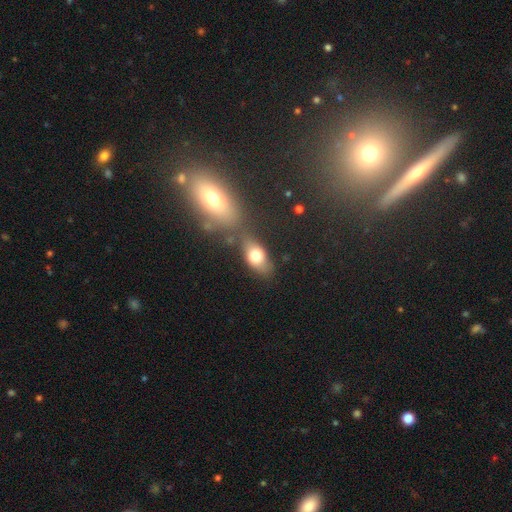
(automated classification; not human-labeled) smooth_or_featured: smooth (p=0.74) [alt: featured or disk p=0.17]
how_rounded: in between (p=0.81) [alt: round p=0.14]
merging: none (p=0.51) [alt: merger p=0.21]